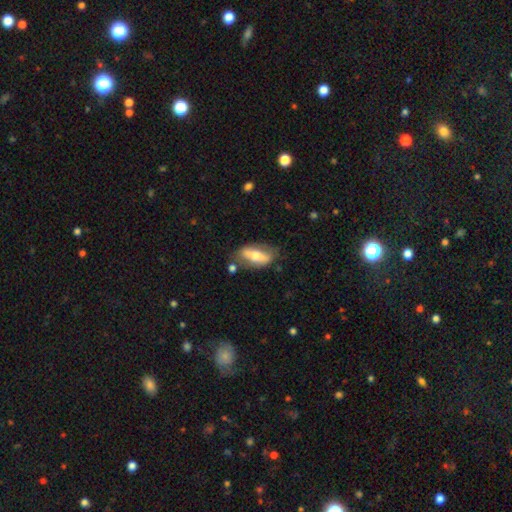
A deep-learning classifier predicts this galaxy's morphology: This is possibly a smooth galaxy (48%). Merging: likely none (69%).